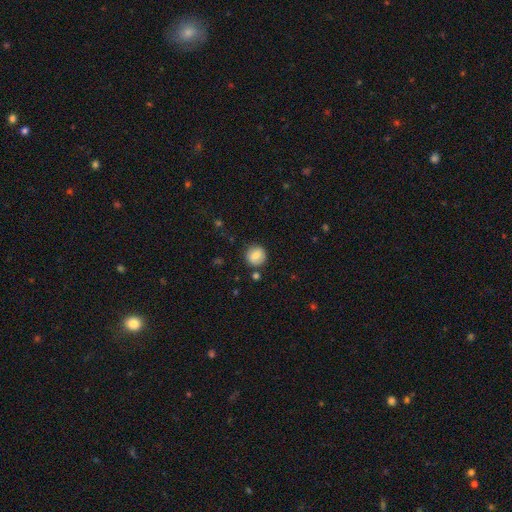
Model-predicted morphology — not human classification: Smooth or featured: smooth — 79% (featured or disk — 13%)
How rounded: round — 91% (in between — 8%)
Merging: none — 84% (minor disturbance — 9%)